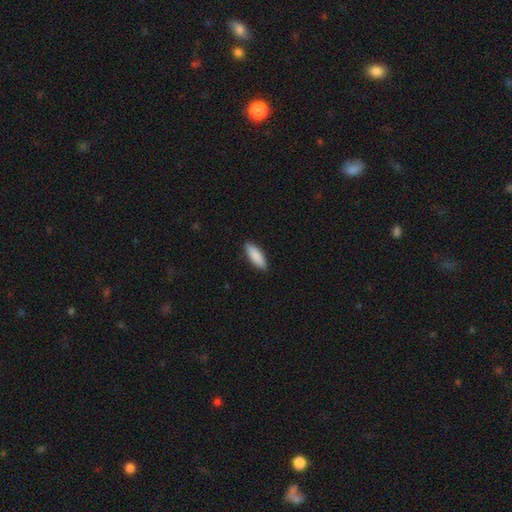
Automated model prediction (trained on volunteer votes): A smooth galaxy with no disk features (89%) that is in between round and cigar-shaped (57%). Merging: none (89%).